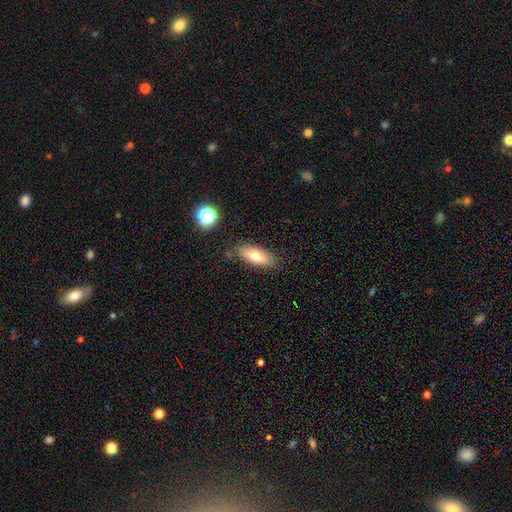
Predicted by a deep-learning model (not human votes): Morphology: type=smooth (67%); roundness=in between (69%); merging=none (83%).